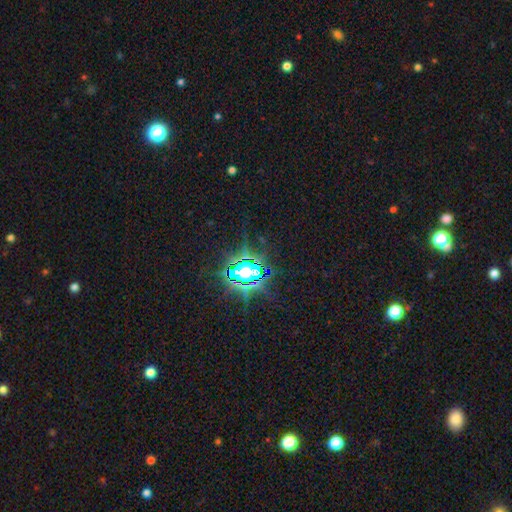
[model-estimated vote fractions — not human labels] star or artifact 84%, smooth 9%, featured or disk 6%.